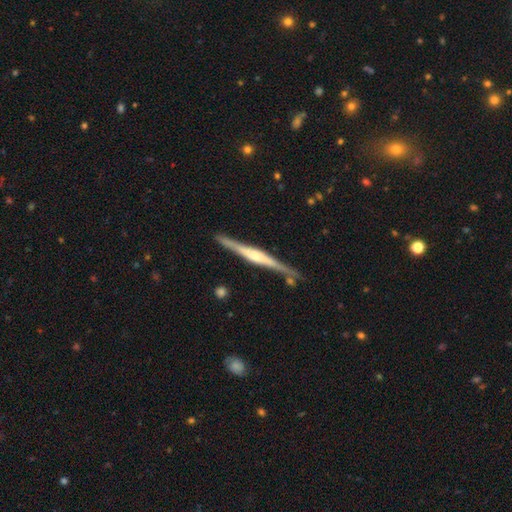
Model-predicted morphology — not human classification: type=featured or disk (76%); edge-on=yes (98%); edge-on bulge=rounded (61%); merging=none (85%).